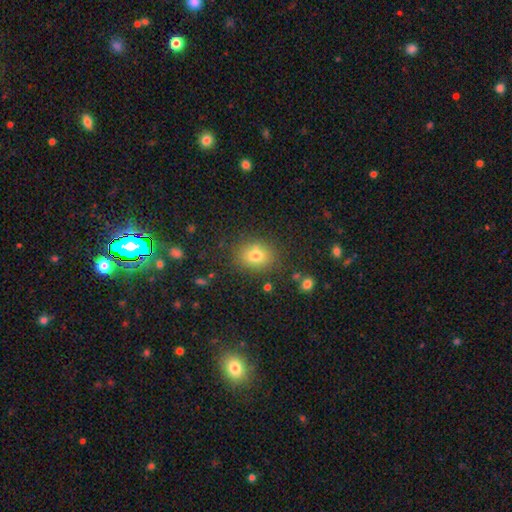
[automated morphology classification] Smooth or featured? Predicted: smooth (p=0.76). How rounded? Predicted: round (p=0.56). Merging? Predicted: none (p=0.80).